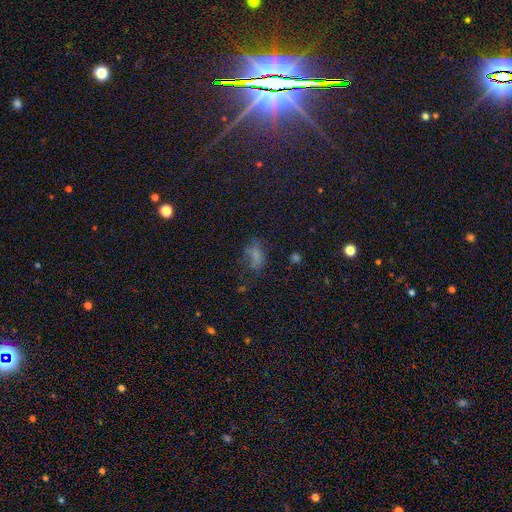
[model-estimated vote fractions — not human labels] Smooth or featured: smooth — 60% (star or artifact — 23%)
How rounded: in between — 81% (round — 15%)
Merging: none — 41% (major disturbance — 28%)